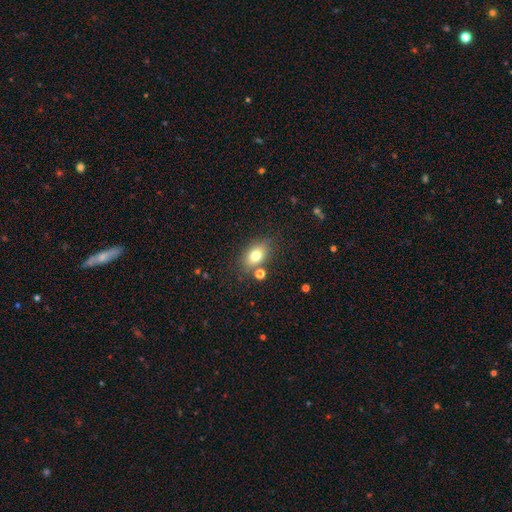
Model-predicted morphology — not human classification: Smooth or featured? smooth (77%)
How rounded? in between (79%)
Merging? none (76%)